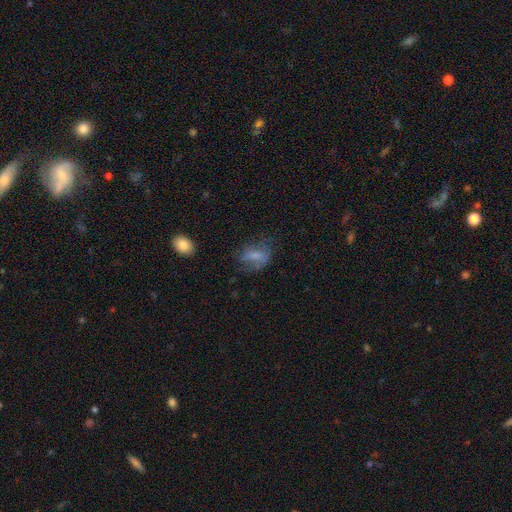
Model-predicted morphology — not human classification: Overall: smooth (57%; featured or disk 32%). How rounded: in between (79%). Merging: none (46%; minor disturbance 26%).